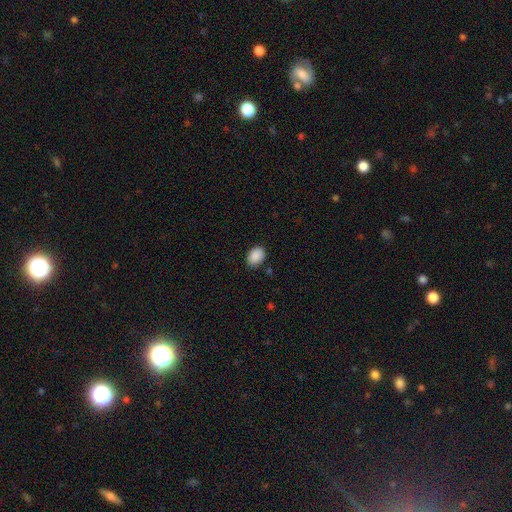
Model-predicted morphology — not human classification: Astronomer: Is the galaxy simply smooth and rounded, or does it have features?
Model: smooth — 90%.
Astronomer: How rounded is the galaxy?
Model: in between — 76%.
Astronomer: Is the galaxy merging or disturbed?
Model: none — 84%.